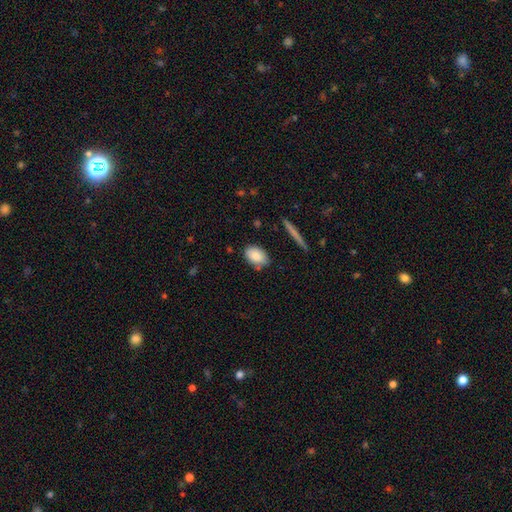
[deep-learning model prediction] smooth 84%, featured or disk 9%, star or artifact 7%. Down the decision tree: how rounded — in between (87%); merging — none (74%).